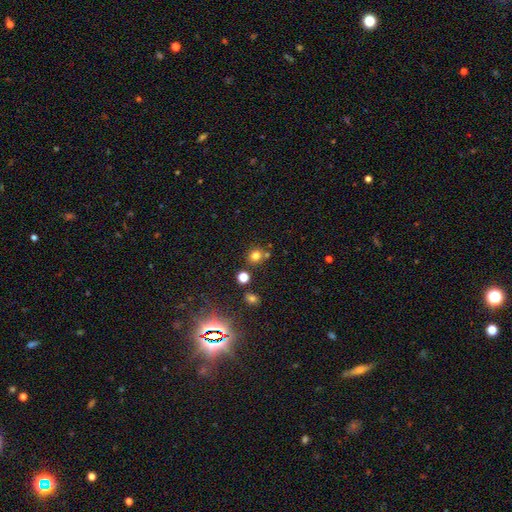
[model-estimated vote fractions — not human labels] Smooth or featured: smooth — 76% (star or artifact — 17%)
How rounded: round — 86% (in between — 13%)
Merging: none — 73% (merger — 14%)